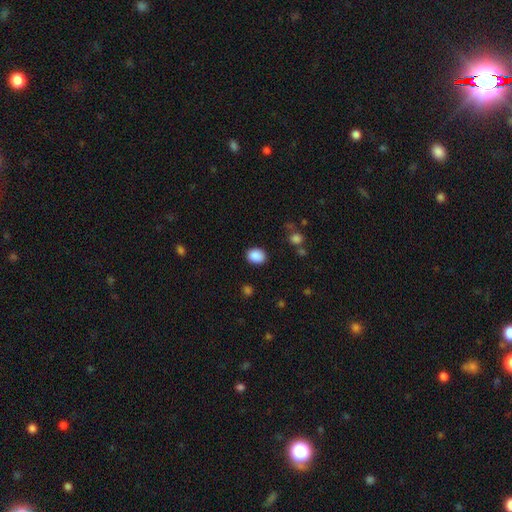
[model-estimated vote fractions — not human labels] A smooth galaxy with no disk features (88%) that is in between round and cigar-shaped (58%).

Vote fractions:
- Smooth or featured? smooth: 88% / star or artifact: 8% / featured or disk: 3%
- How rounded? in between: 58% / round: 41% / cigar-shaped: 1%
- Merging? none: 86% / minor disturbance: 10% / major disturbance: 3% / merger: 1%